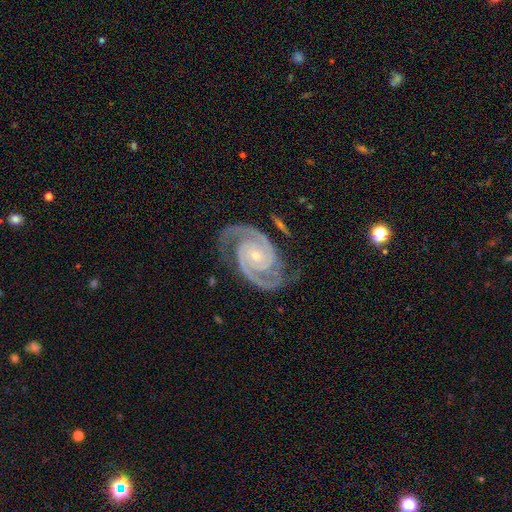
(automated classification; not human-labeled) featured or disk 94%, star or artifact 4%, smooth 2%. Down the decision tree: edge-on disk — no (98%); bar — no (67%); spiral arms — yes (99%); spiral arm count — 2 (93%); spiral winding — tight (61%); bulge size — small (70%); merging — none (82%).